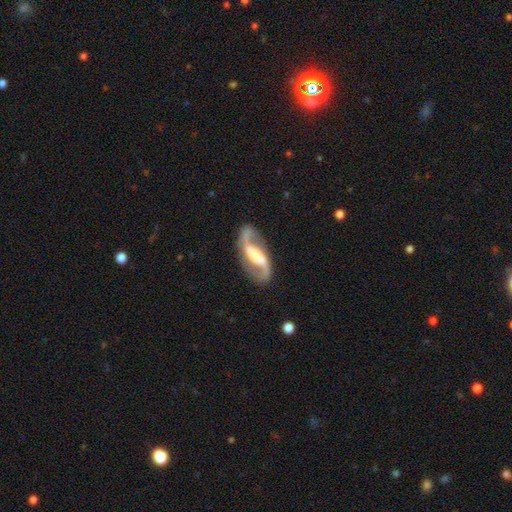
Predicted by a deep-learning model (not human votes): Smooth or featured: featured or disk — 89% (smooth — 7%)
Edge-on disk: no — 96% (yes — 4%)
Bar: strong — 50% (weak — 33%)
Spiral arms: yes — 96% (no — 4%)
Spiral winding: loose — 51% (medium — 40%)
Spiral arm count: 2 — 94% (1 — 2%)
Bulge size: moderate — 32% (large — 25%)
Merging: none — 81% (minor disturbance — 12%)